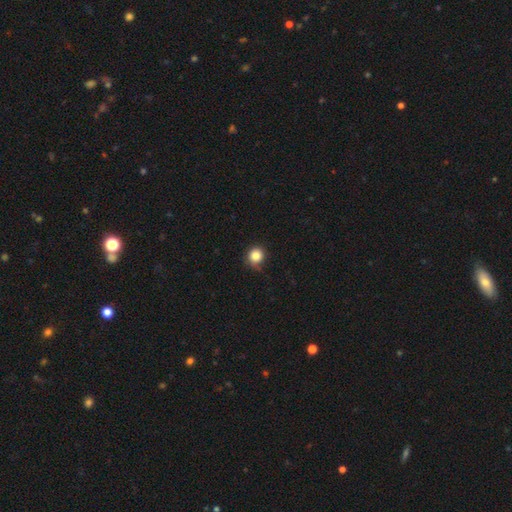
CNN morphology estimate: Smooth or featured?
  - smooth: 84% *
  - star or artifact: 11%
  - featured or disk: 5%
How rounded?
  - round: 91% *
  - in between: 8%
  - cigar-shaped: 1%
Merging?
  - none: 81% *
  - minor disturbance: 15%
  - major disturbance: 3%
  - merger: 1%